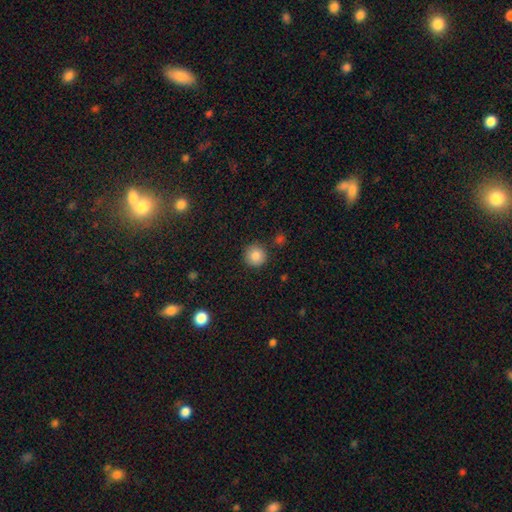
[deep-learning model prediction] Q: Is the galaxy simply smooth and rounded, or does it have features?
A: smooth — 87%.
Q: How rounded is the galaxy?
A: round — 95%.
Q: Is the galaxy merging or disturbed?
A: none — 88%.